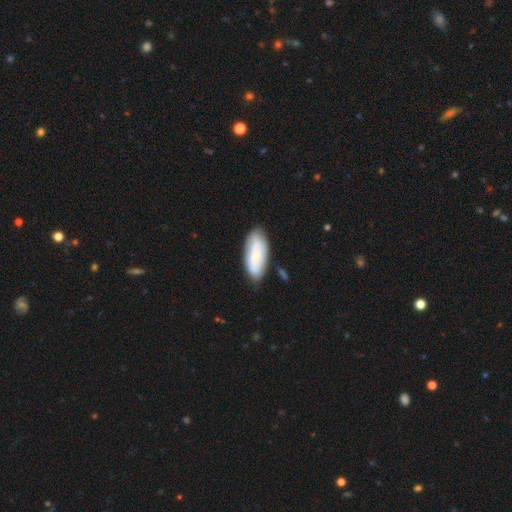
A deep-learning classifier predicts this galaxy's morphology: smooth 61%, featured or disk 33%, star or artifact 6%. Down the decision tree: how rounded — in between (83%); merging — none (76%).